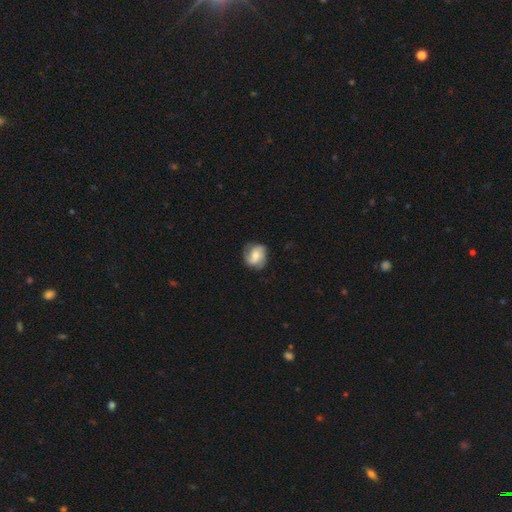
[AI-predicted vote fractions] smooth_or_featured: featured or disk (p=0.53) [alt: smooth p=0.39]
disk_edge_on: no (p=0.97) [alt: yes p=0.03]
bar: no (p=0.52) [alt: weak p=0.36]
has_spiral_arms: yes (p=0.87) [alt: no p=0.13]
bulge_size: moderate (p=0.55) [alt: small p=0.31]
merging: none (p=0.72) [alt: minor disturbance p=0.20]